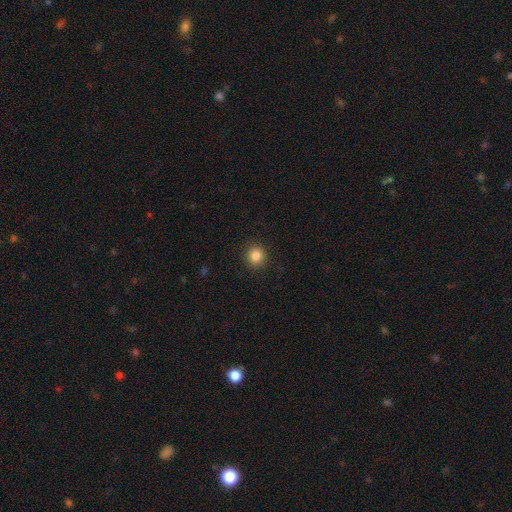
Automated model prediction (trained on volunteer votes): Smooth or featured? smooth (85%)
How rounded? round (92%)
Merging? none (92%)